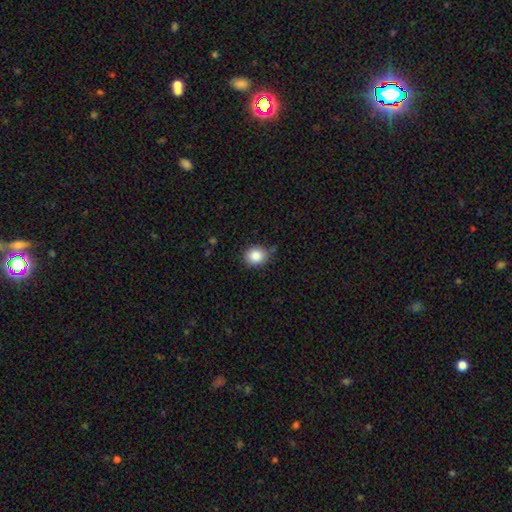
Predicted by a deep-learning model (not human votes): A smooth galaxy with no disk features (86%) that is round (74%).

Vote fractions:
- Smooth or featured? smooth: 86% / star or artifact: 9% / featured or disk: 4%
- How rounded? round: 74% / in between: 25% / cigar-shaped: 1%
- Merging? none: 77% / minor disturbance: 17% / major disturbance: 3% / merger: 3%